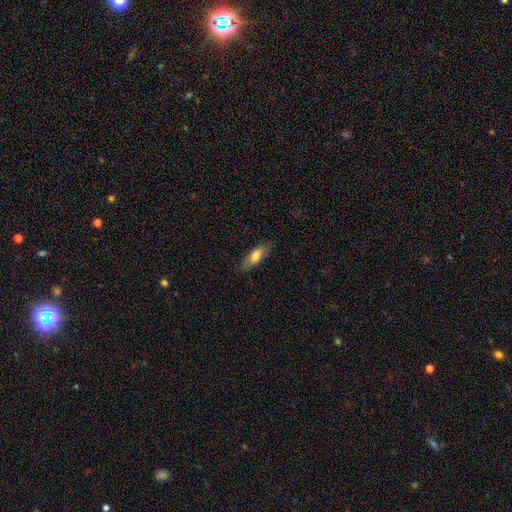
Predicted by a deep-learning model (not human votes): Smooth or featured? smooth (71%)
How rounded? in between (69%)
Merging? none (81%)